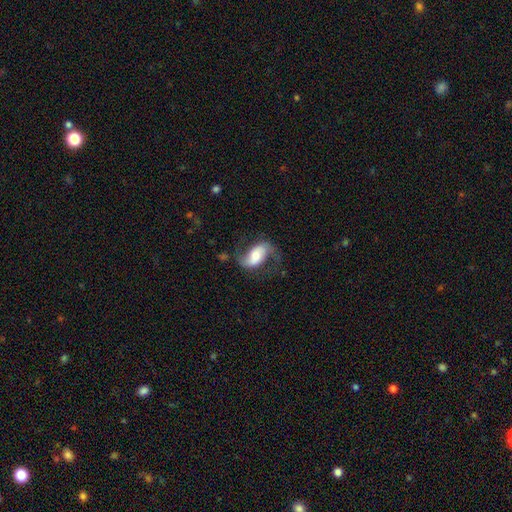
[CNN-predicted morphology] Q: Smooth or featured?
A: featured or disk (70%); runner-up: smooth (23%)
Q: Edge-on disk?
A: no (95%); runner-up: yes (5%)
Q: Bar?
A: no (34%); runner-up: weak (33%)
Q: Spiral arms?
A: yes (91%); runner-up: no (9%)
Q: Spiral winding?
A: loose (62%); runner-up: medium (30%)
Q: Spiral arm count?
A: 2 (90%); runner-up: 1 (4%)
Q: Bulge size?
A: moderate (53%); runner-up: small (22%)
Q: Merging?
A: none (64%); runner-up: minor disturbance (19%)